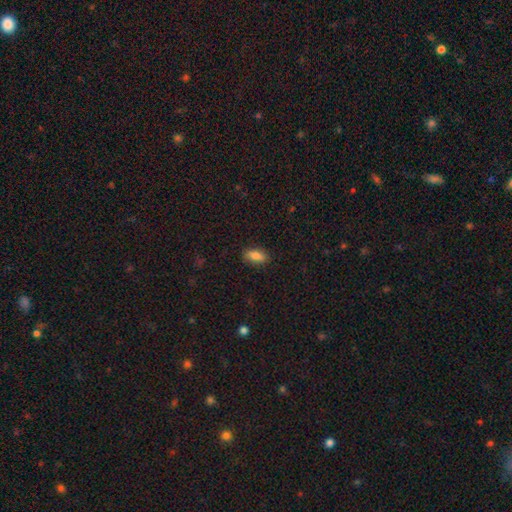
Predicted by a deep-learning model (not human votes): Smooth or featured?
  - smooth: 84% *
  - star or artifact: 8%
  - featured or disk: 8%
How rounded?
  - in between: 83% *
  - cigar-shaped: 14%
  - round: 3%
Merging?
  - none: 87% *
  - minor disturbance: 10%
  - major disturbance: 2%
  - merger: 1%